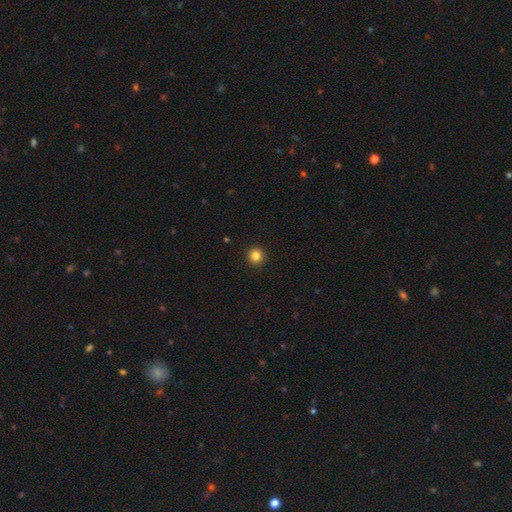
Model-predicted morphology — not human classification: The model was most divided on "smooth or featured": smooth: 84%, star or artifact: 12%, featured or disk: 5%. More confident: how rounded — round (95%); merging — none (94%).